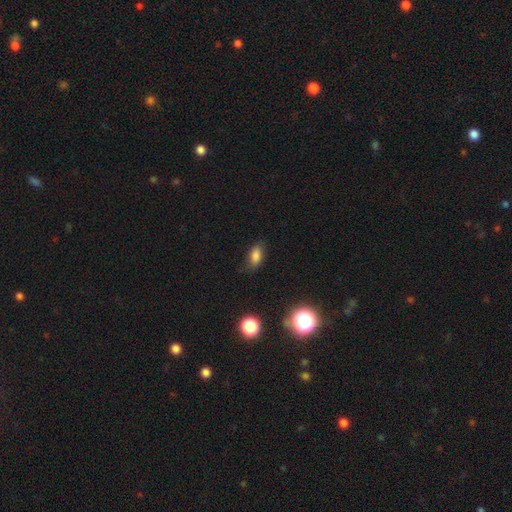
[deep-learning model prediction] Overall: smooth (79%). How rounded: in between (87%). Merging: none (69%).